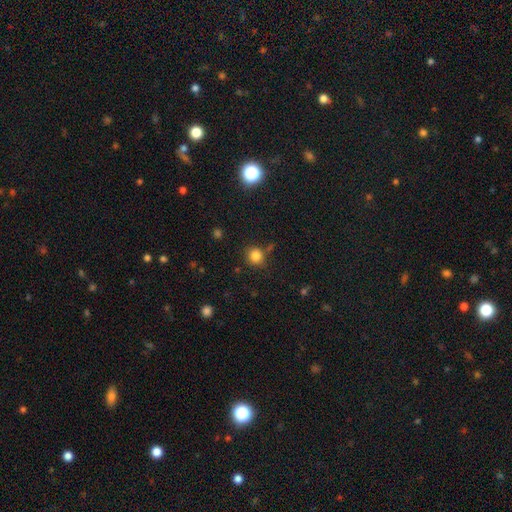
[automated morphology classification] This appears to be a smooth galaxy with no disk features (82%) that is round (89%). Merging: none (79%).